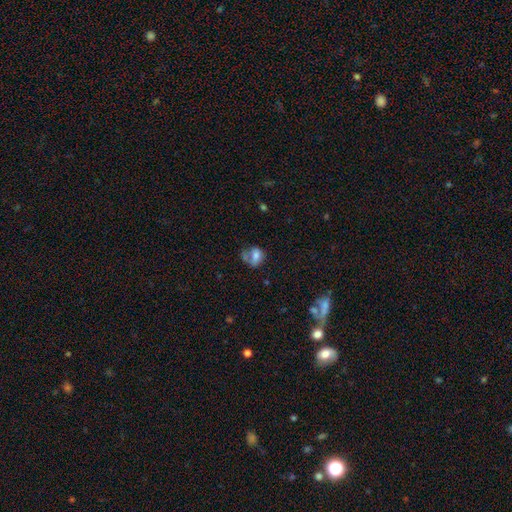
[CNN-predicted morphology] This appears to be a smooth galaxy with no disk features (65%) that is in between round and cigar-shaped (56%). Merging: none (33%).